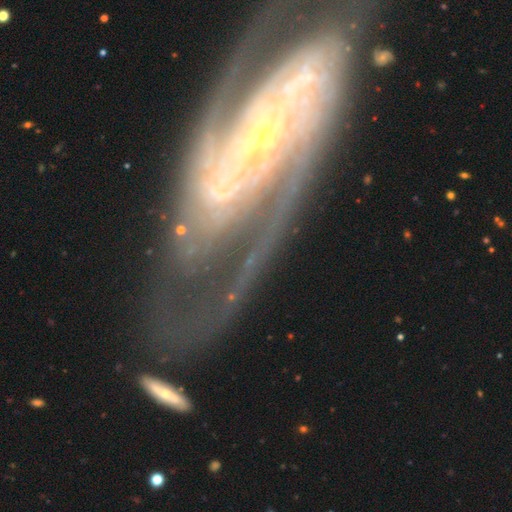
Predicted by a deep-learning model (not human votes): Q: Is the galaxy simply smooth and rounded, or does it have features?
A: featured or disk — 83%.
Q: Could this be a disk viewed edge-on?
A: no — 89%.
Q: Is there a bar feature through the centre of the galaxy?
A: no — 46%.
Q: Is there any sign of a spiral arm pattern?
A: yes — 91%.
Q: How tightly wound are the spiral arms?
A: tight — 49%.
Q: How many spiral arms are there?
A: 2 — 37%.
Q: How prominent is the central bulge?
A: small — 58%.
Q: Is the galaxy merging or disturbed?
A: none — 56%.